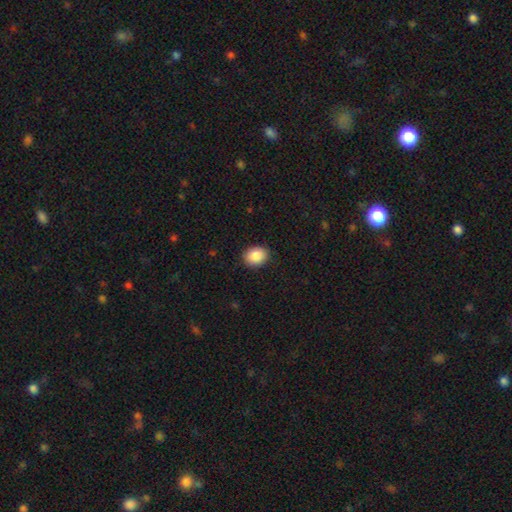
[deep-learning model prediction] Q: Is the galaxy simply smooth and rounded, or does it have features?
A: smooth — 88%.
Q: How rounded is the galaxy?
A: round — 53%.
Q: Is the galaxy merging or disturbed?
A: none — 89%.